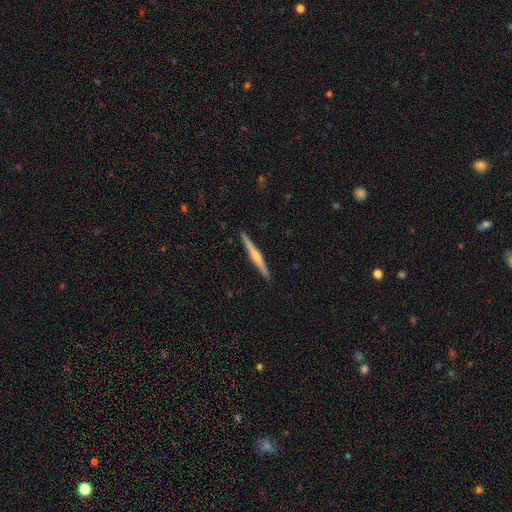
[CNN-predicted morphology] Smooth or featured?
  - featured or disk: 66% *
  - smooth: 28%
  - star or artifact: 6%
Edge-on disk?
  - yes: 98% *
  - no: 2%
Edge-on bulge?
  - rounded: 73% *
  - none: 20%
  - boxy: 8%
Merging?
  - none: 92% *
  - minor disturbance: 5%
  - major disturbance: 1%
  - merger: 1%